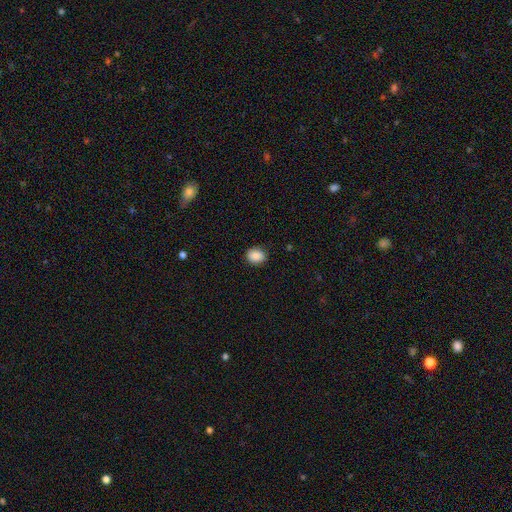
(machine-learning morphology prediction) A smooth galaxy with no disk features (88%) that is round (52%). Merging: none (87%).